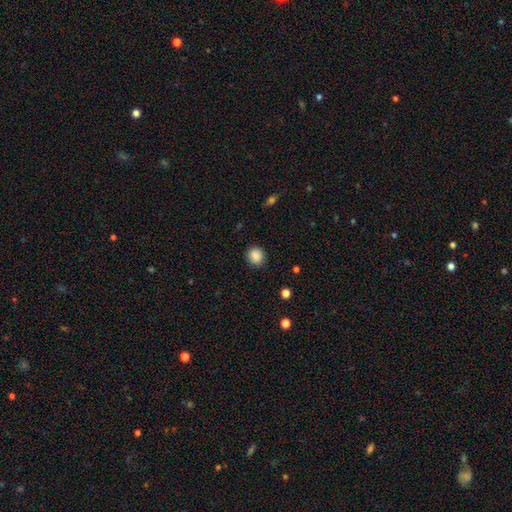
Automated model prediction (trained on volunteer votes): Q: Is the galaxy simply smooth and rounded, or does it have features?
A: smooth — 87%.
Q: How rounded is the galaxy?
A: round — 85%.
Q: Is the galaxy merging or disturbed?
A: none — 87%.